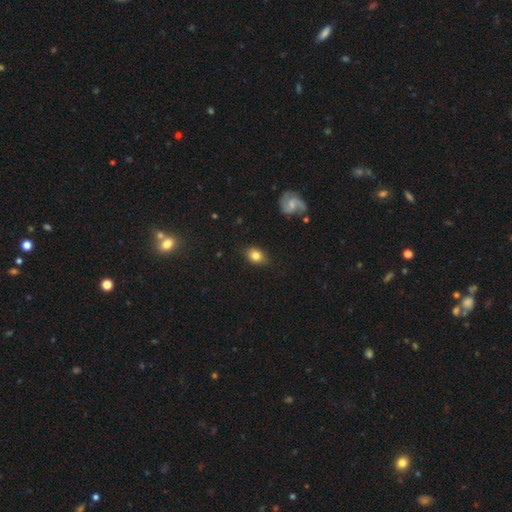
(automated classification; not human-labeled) The model was most divided on "how rounded": in between: 65%, round: 33%, cigar-shaped: 2%. More confident: smooth or featured — smooth (79%); merging — none (77%).